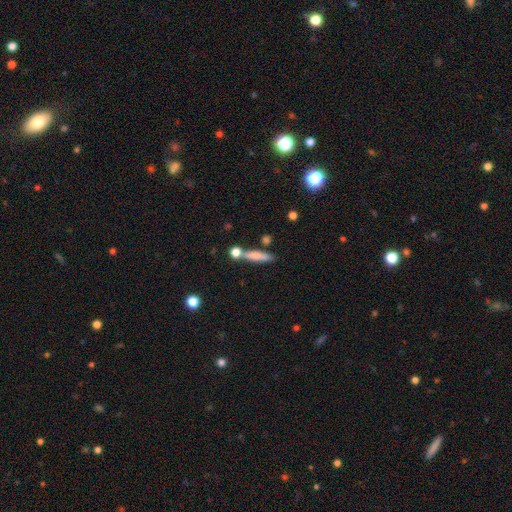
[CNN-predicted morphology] Smooth or featured?
  - smooth: 69% *
  - featured or disk: 23%
  - star or artifact: 8%
How rounded?
  - cigar-shaped: 79% *
  - in between: 17%
  - round: 4%
Merging?
  - none: 65% *
  - merger: 17%
  - minor disturbance: 13%
  - major disturbance: 5%